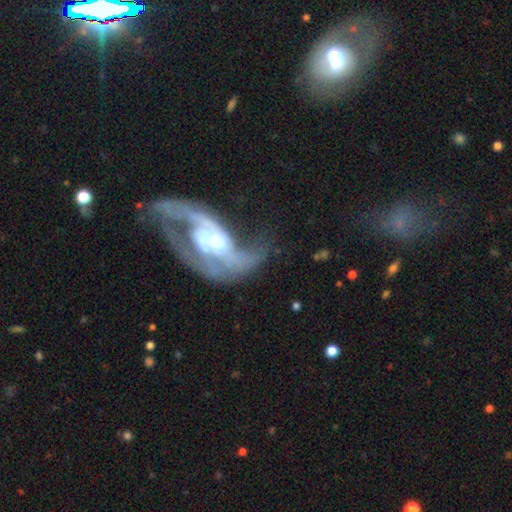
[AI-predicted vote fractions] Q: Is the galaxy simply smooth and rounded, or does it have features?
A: featured or disk — 85%.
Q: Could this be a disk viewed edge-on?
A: no — 96%.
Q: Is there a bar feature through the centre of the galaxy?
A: no — 48%.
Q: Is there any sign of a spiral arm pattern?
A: yes — 91%.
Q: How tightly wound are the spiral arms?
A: loose — 45%.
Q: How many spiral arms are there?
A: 2 — 66%.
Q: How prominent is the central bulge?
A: moderate — 47%.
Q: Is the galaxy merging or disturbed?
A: major disturbance — 40%.